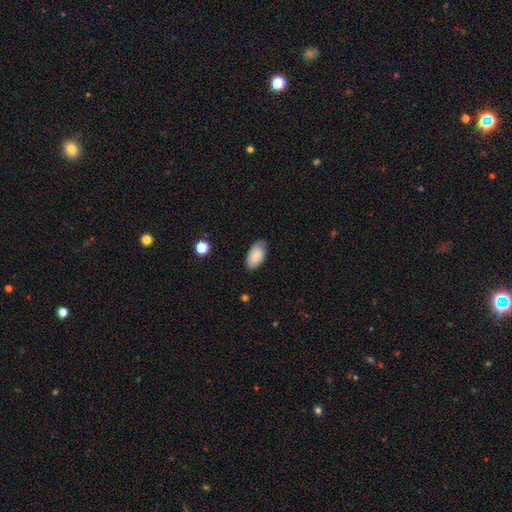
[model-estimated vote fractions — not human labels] Overall: smooth (84%). How rounded: in between (94%). Merging: none (75%).